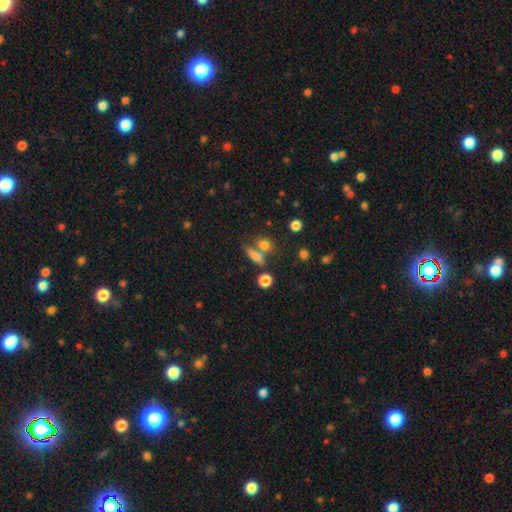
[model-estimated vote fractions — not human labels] A smooth galaxy with no disk features (71%) that is in between round and cigar-shaped (39%).

Vote fractions:
- Smooth or featured? smooth: 71% / featured or disk: 16% / star or artifact: 13%
- How rounded? in between: 39% / cigar-shaped: 37% / round: 24%
- Merging? none: 52% / merger: 30% / minor disturbance: 11% / major disturbance: 6%